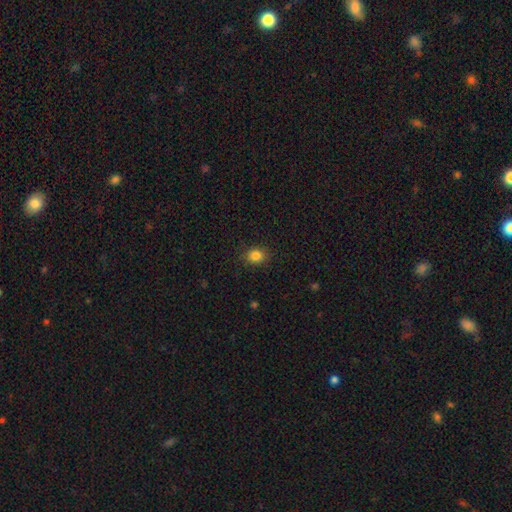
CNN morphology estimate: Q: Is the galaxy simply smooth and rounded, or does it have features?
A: smooth — 84%.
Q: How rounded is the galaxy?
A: round — 61%.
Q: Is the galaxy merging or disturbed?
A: none — 87%.